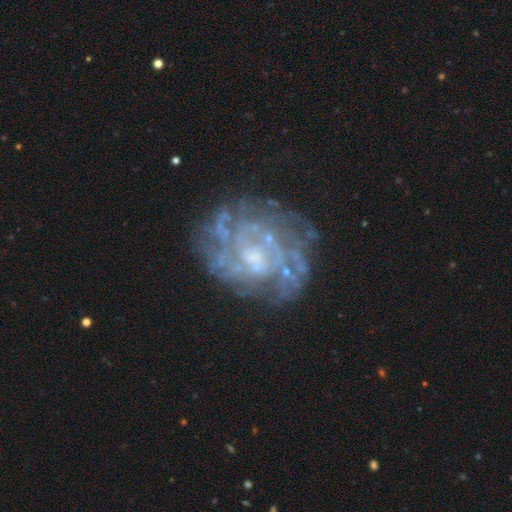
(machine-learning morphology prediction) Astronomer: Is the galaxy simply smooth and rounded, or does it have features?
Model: featured or disk — 83%.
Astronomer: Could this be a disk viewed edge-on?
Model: no — 98%.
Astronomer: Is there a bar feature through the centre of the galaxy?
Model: no — 65%.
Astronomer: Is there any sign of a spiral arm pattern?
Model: yes — 78%.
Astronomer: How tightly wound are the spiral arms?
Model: tight — 55% (runner-up: medium, 33%).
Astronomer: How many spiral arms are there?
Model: can't tell — 51%.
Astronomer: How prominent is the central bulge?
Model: small — 48% (runner-up: moderate, 31%).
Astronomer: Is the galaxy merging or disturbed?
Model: none — 67%.